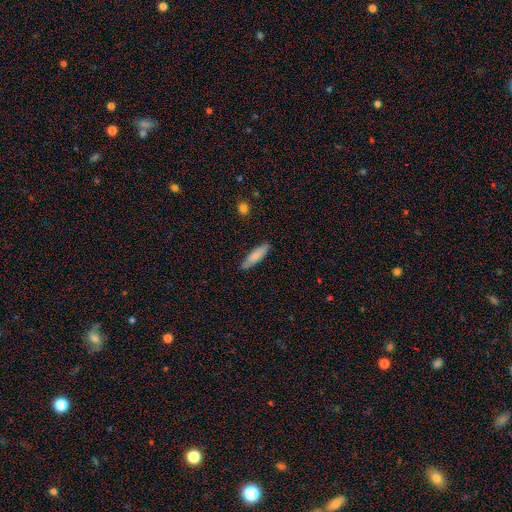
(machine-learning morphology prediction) Smooth or featured? Predicted: smooth (p=0.79). How rounded? Predicted: cigar-shaped (p=0.66). Merging? Predicted: none (p=0.79).